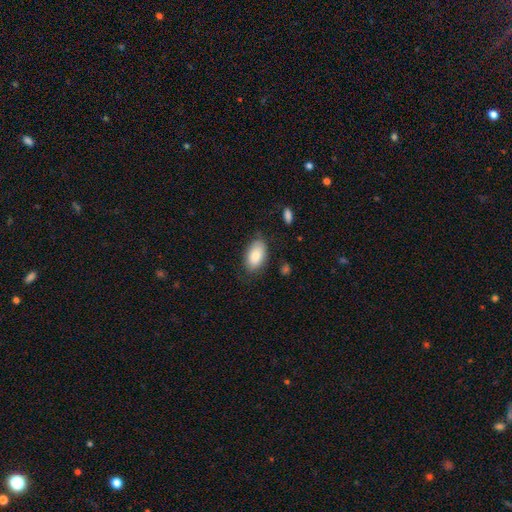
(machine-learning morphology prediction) Q: Smooth or featured?
A: smooth (82%); runner-up: featured or disk (11%)
Q: How rounded?
A: in between (94%); runner-up: round (5%)
Q: Merging?
A: none (76%); runner-up: minor disturbance (18%)